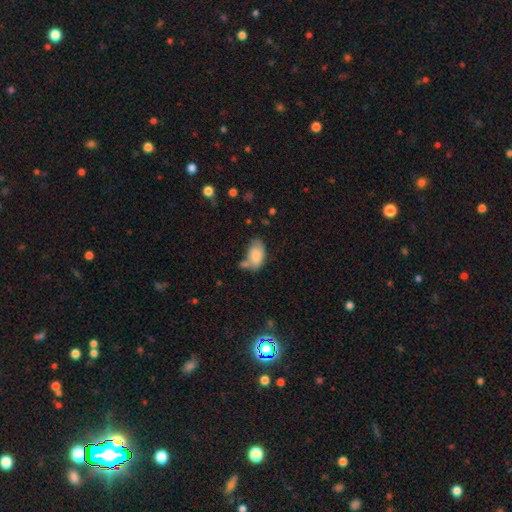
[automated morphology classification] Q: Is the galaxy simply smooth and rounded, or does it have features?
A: smooth — 81%.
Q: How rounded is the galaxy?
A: in between — 93%.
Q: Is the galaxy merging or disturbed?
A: none — 42%.